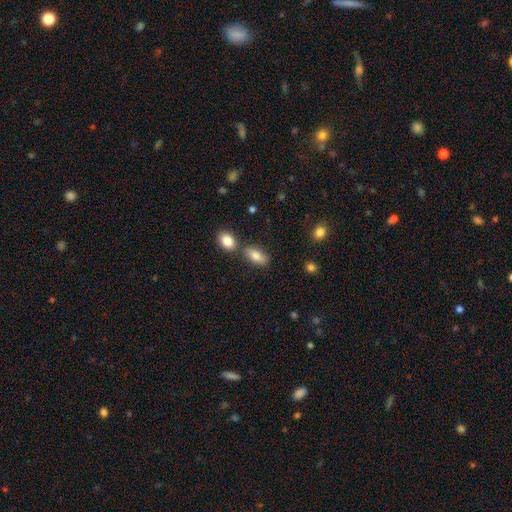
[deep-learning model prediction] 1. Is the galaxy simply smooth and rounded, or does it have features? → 82% smooth, 10% featured or disk, 8% star or artifact.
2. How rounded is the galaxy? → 89% in between, 7% cigar-shaped, 4% round.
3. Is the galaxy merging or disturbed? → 68% none, 17% merger, 12% minor disturbance, 3% major disturbance.